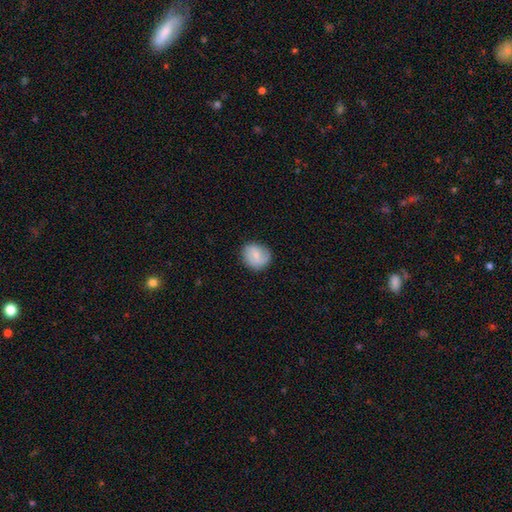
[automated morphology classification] A smooth galaxy with no disk features (70%) that is round (79%).

Vote fractions:
- Smooth or featured? smooth: 70% / featured or disk: 22% / star or artifact: 7%
- How rounded? round: 79% / in between: 20% / cigar-shaped: 1%
- Merging? none: 80% / minor disturbance: 15% / major disturbance: 4% / merger: 1%